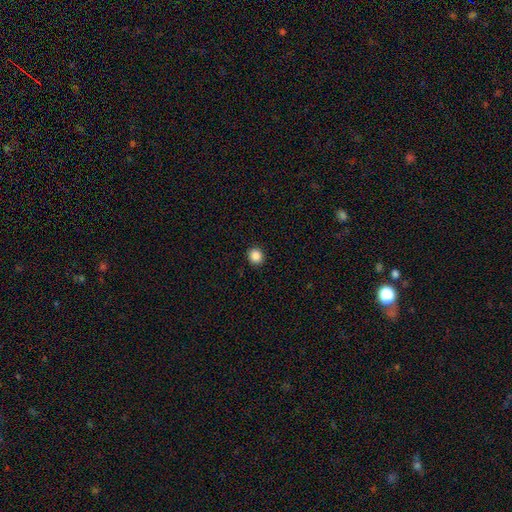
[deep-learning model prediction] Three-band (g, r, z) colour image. It shows a smooth galaxy with no disk features (87%) that is round (86%). Merging: none (93%).